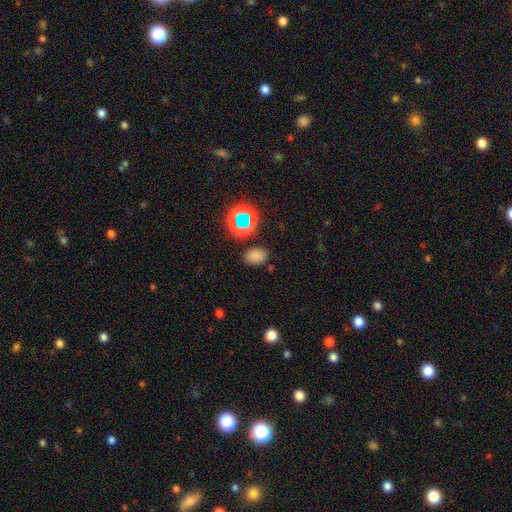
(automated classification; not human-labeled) Q: Smooth or featured?
A: smooth (74%); runner-up: star or artifact (20%)
Q: How rounded?
A: in between (79%); runner-up: round (19%)
Q: Merging?
A: none (82%); runner-up: minor disturbance (11%)